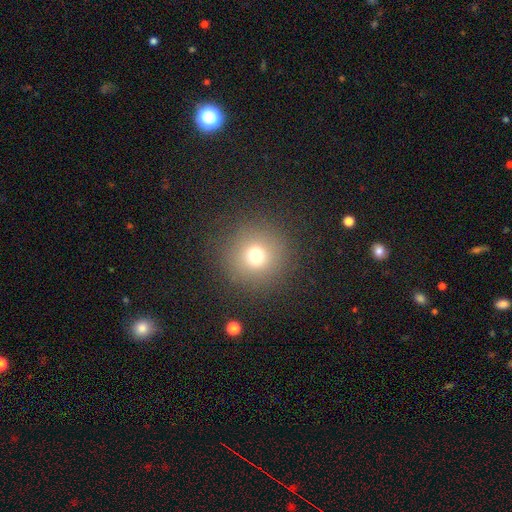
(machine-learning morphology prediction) Overall: smooth (71%). How rounded: round (95%). Merging: none (87%).